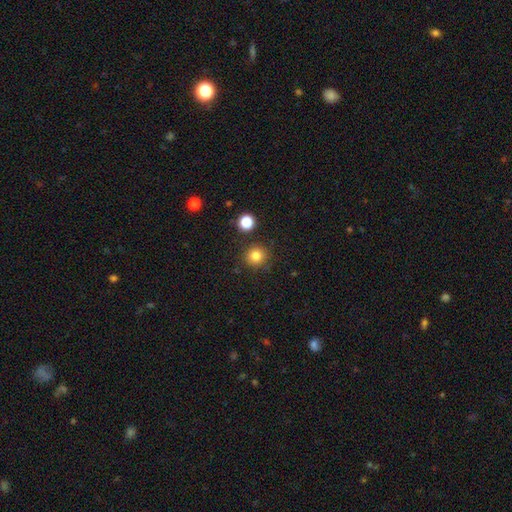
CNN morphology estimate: Q: Smooth or featured?
A: smooth (82%); runner-up: star or artifact (13%)
Q: How rounded?
A: round (93%); runner-up: in between (6%)
Q: Merging?
A: none (87%); runner-up: minor disturbance (7%)